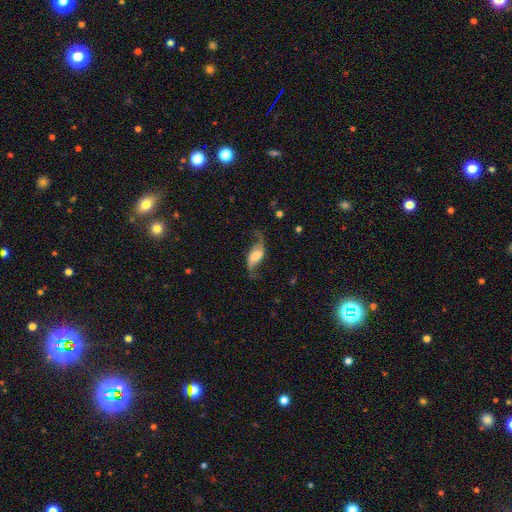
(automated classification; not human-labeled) The model was most divided on "bar" (2-way tie): weak: 39%, no: 39%, strong: 22%. Remaining: spiral arms — yes (92%); edge-on disk — no (92%); spiral arm count — 2 (90%); spiral winding — loose (85%); smooth or featured — featured or disk (74%); merging — none (63%); bulge size — moderate (44%).